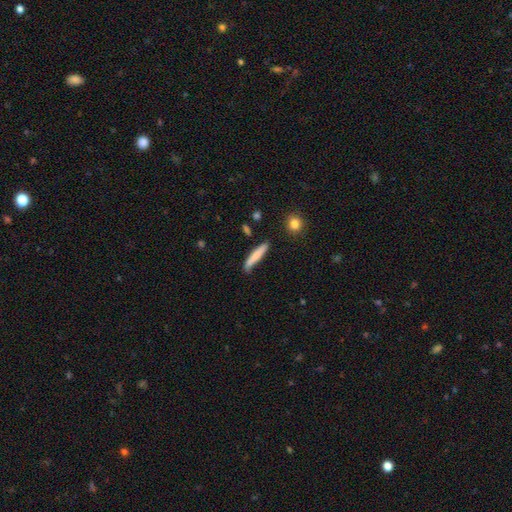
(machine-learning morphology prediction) This is likely a smooth galaxy (73%). How rounded: clearly cigar-shaped (91%). Merging: likely none (70%).